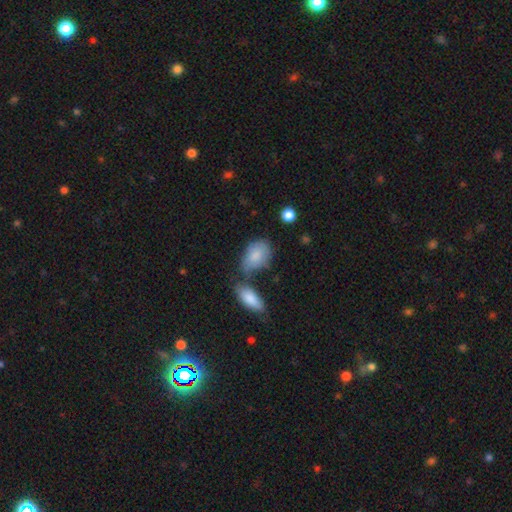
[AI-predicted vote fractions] This is clearly a smooth galaxy (82%). How rounded: clearly in between (87%). Merging: marginally none (42%).